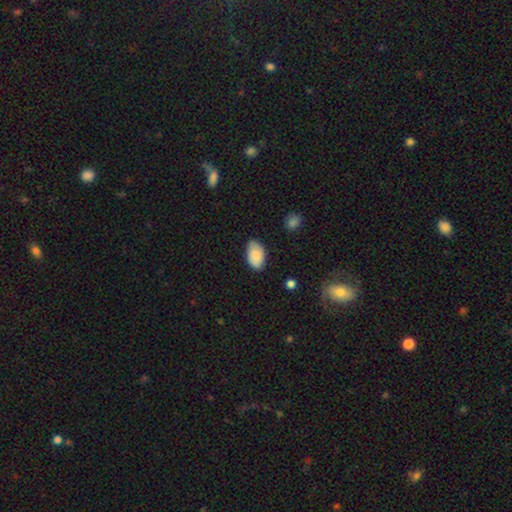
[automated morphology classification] This appears to be a smooth galaxy with no disk features (87%) that is in between round and cigar-shaped (94%). Merging: none (74%).